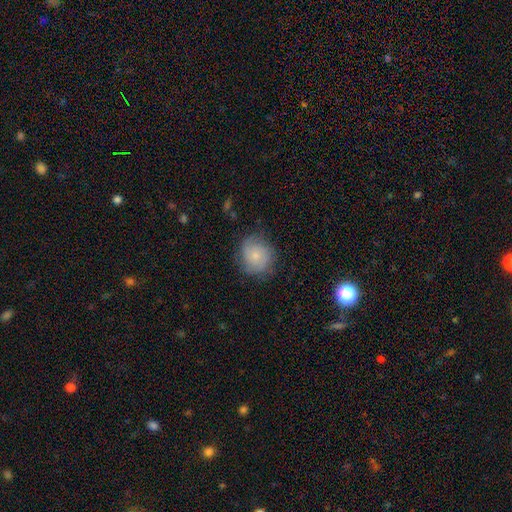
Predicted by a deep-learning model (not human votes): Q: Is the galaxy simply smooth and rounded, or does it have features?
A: smooth — 56%.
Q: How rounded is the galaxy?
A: round — 78%.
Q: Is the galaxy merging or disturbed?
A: none — 72%.